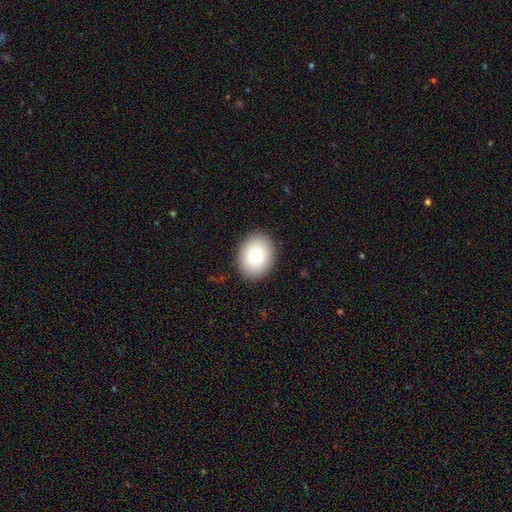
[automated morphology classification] smooth-or-featured: smooth: 82% | featured or disk: 10% | star or artifact: 8%
  how-rounded: in between: 52% | round: 47% | cigar-shaped: 1%
  merging: none: 90% | minor disturbance: 7% | major disturbance: 2% | merger: 1%